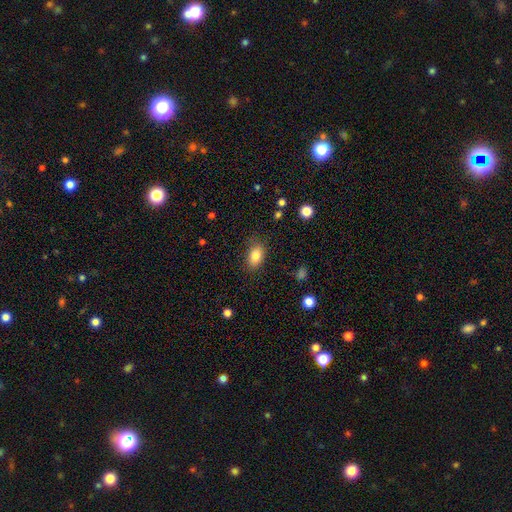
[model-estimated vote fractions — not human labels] smooth_or_featured: smooth (p=0.83) [alt: star or artifact p=0.09]
how_rounded: in between (p=0.86) [alt: round p=0.12]
merging: none (p=0.82) [alt: minor disturbance p=0.13]